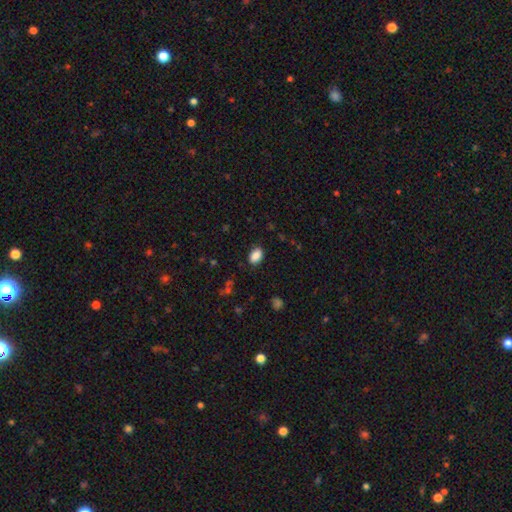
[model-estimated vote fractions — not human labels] Smooth or featured? Predicted: smooth (p=0.88). How rounded? Predicted: in between (p=0.86). Merging? Predicted: none (p=0.87).